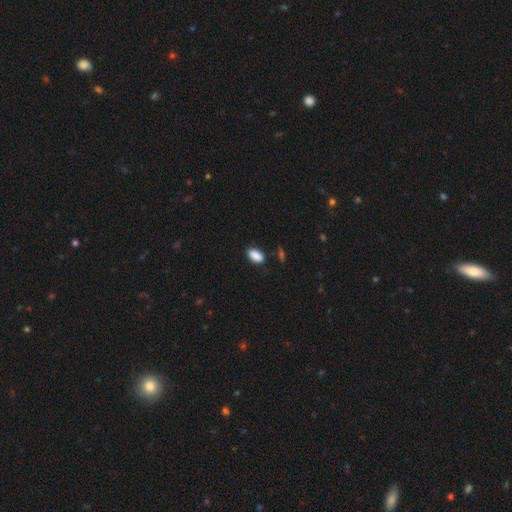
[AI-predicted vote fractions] Q: Smooth or featured?
A: smooth (89%); runner-up: star or artifact (7%)
Q: How rounded?
A: in between (92%); runner-up: round (4%)
Q: Merging?
A: none (80%); runner-up: minor disturbance (14%)